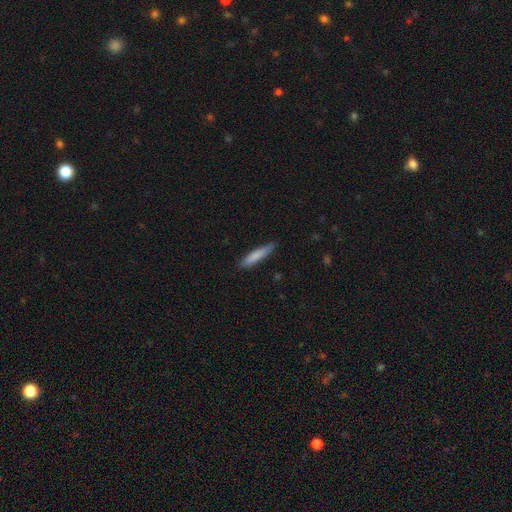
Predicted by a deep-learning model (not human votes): Morphology: type=smooth (80%); roundness=cigar-shaped (88%); merging=none (81%).